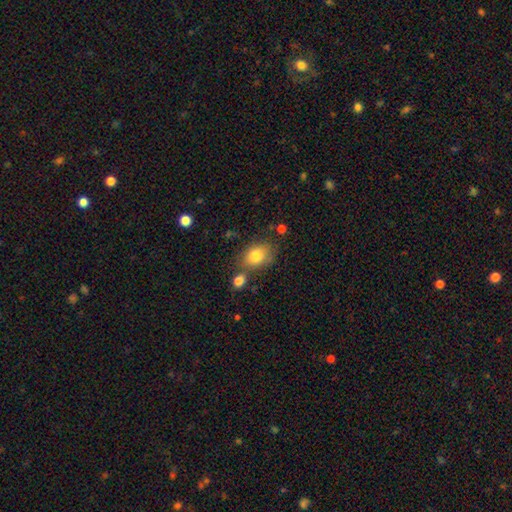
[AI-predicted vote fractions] This is clearly a smooth galaxy (82%). How rounded: likely in between (72%). Merging: likely none (63%).